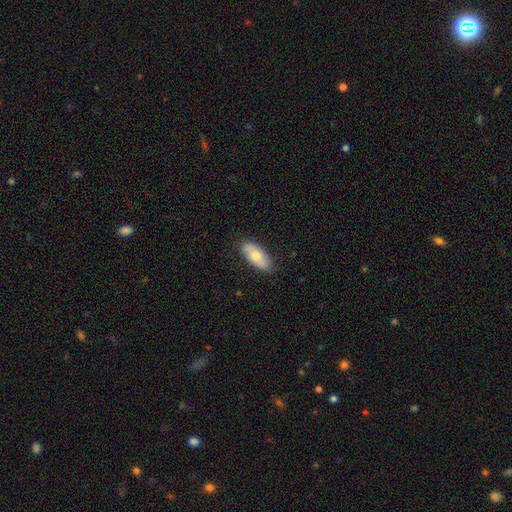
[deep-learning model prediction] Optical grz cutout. It shows a smooth galaxy with no disk features (69%) that is in between round and cigar-shaped (86%). Merging: none (84%).